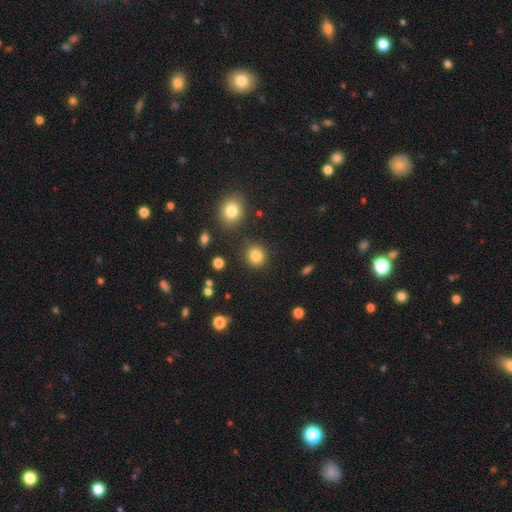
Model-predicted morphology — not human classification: This is clearly a smooth galaxy (84%). How rounded: clearly round (88%). Merging: clearly none (87%).